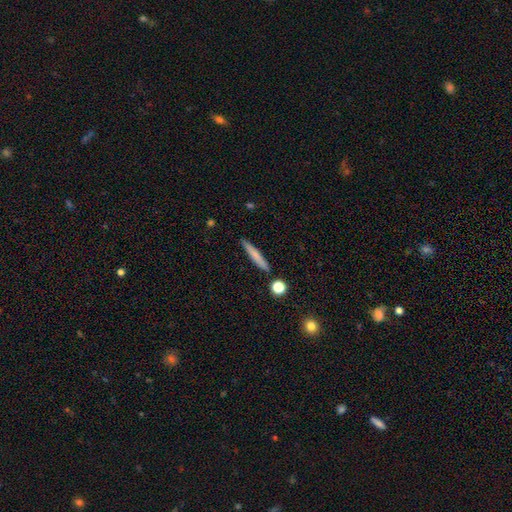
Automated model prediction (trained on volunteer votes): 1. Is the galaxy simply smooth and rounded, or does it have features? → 71% smooth, 23% featured or disk, 7% star or artifact.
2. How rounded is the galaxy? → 94% cigar-shaped, 4% in between, 2% round.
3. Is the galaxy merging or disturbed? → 87% none, 8% minor disturbance, 3% merger, 2% major disturbance.